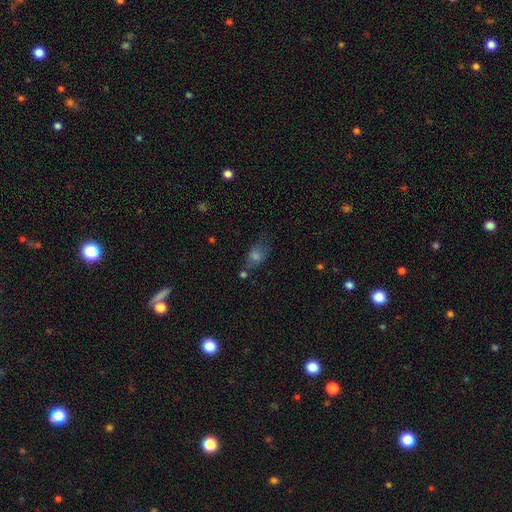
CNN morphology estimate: smooth-or-featured: smooth: 59% | featured or disk: 23% | star or artifact: 18%
  how-rounded: in between: 75% | round: 18% | cigar-shaped: 7%
  merging: none: 53% | minor disturbance: 25% | major disturbance: 14% | merger: 8%